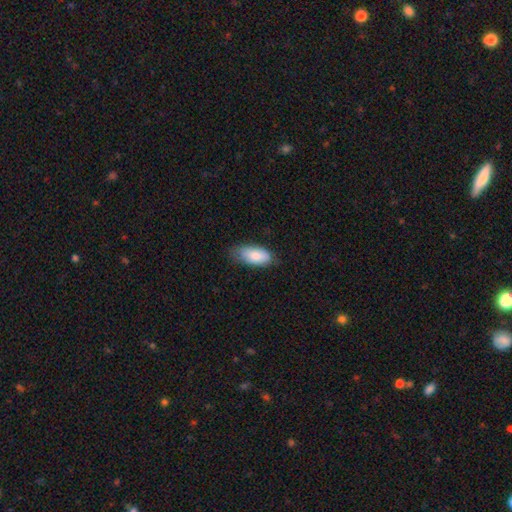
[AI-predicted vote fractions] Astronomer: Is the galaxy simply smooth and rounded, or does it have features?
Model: smooth — 81%.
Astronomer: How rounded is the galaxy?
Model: in between — 91%.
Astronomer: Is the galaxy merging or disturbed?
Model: none — 65%.